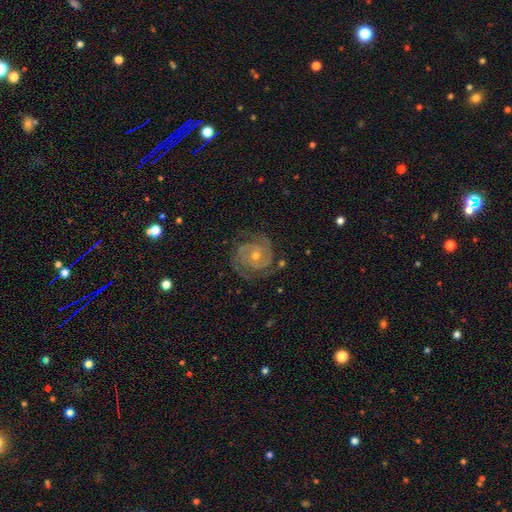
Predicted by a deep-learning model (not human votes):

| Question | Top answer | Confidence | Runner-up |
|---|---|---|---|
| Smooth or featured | featured or disk | 89% | star or artifact (6%) |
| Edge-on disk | no | 98% | yes (2%) |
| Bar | no | 71% | weak (23%) |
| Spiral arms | yes | 98% | no (2%) |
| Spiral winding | tight | 66% | medium (29%) |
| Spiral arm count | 2 | 53% | 3 (23%) |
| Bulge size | small | 55% | moderate (42%) |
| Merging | none | 79% | minor disturbance (14%) |